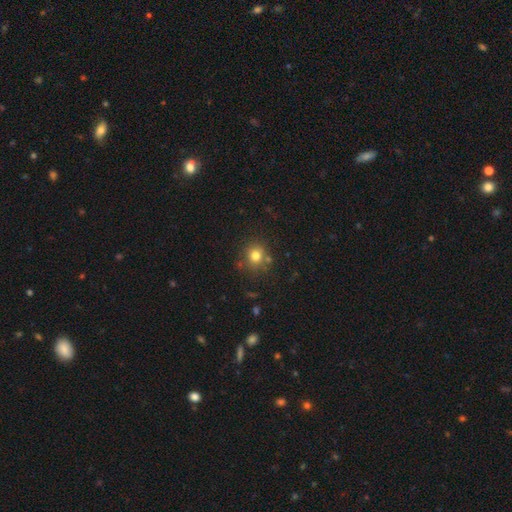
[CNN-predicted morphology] type=smooth (78%); roundness=round (86%); merging=none (78%).